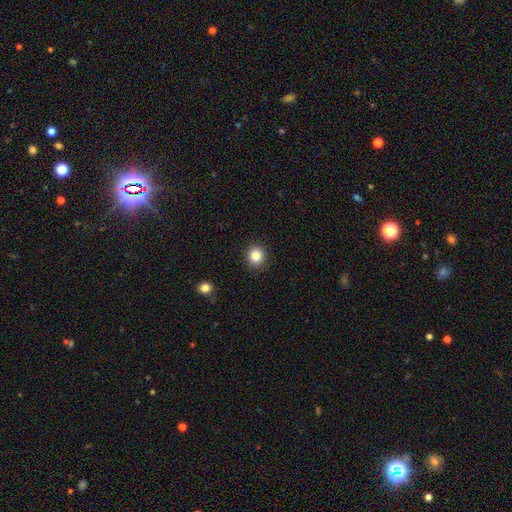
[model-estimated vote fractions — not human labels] Smooth or featured? Predicted: smooth (p=0.85). How rounded? Predicted: round (p=0.87). Merging? Predicted: none (p=0.91).